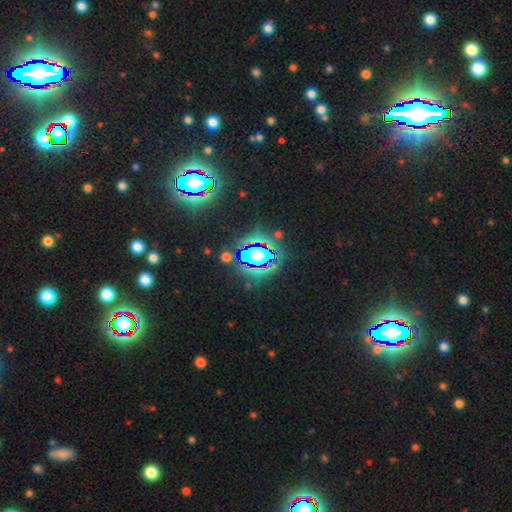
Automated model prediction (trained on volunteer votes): Smooth or featured: star or artifact — 60% (smooth — 24%)